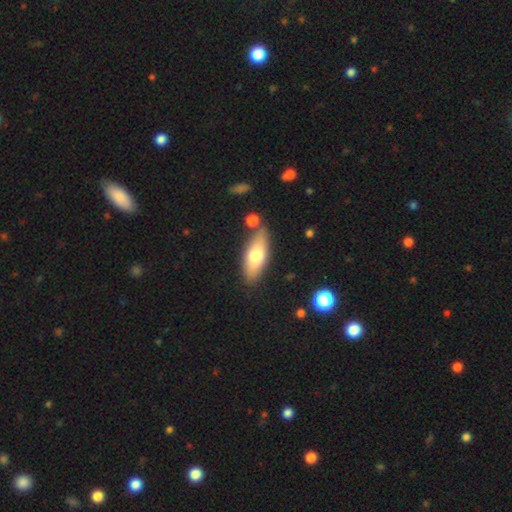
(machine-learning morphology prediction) smooth 67%, featured or disk 27%, star or artifact 6%. Down the decision tree: how rounded — in between (68%); merging — none (78%).